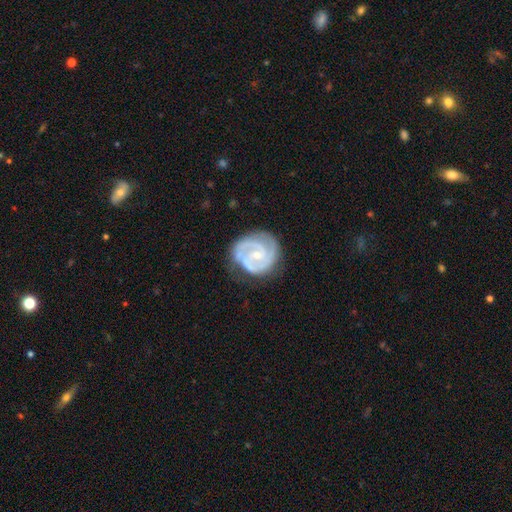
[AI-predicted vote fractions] Smooth or featured? Predicted: featured or disk (p=0.88). Edge-on disk? Predicted: no (p=0.98). Bar? Predicted: no (p=0.51). Spiral arms? Predicted: yes (p=0.97). Spiral winding? Predicted: tight (p=0.61). Spiral arm count? Predicted: 2 (p=0.66). Bulge size? Predicted: small (p=0.67). Merging? Predicted: none (p=0.72).